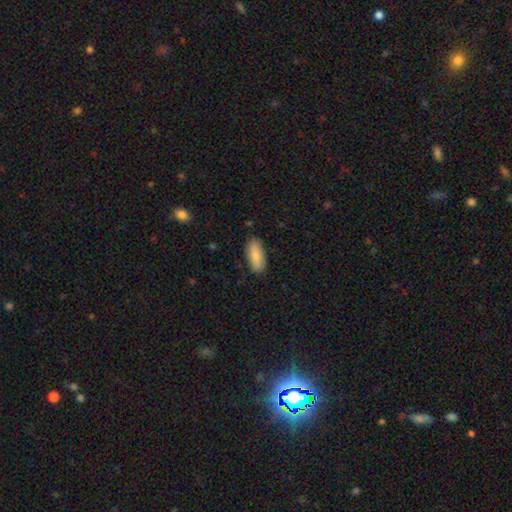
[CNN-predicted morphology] Smooth or featured? Predicted: smooth (p=0.84). How rounded? Predicted: in between (p=0.84). Merging? Predicted: none (p=0.85).